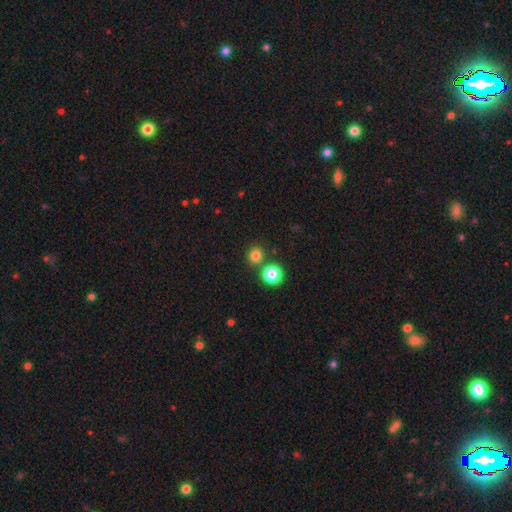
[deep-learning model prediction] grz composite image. It shows a smooth galaxy with no disk features (80%) that is round (89%). Merging: none (75%).